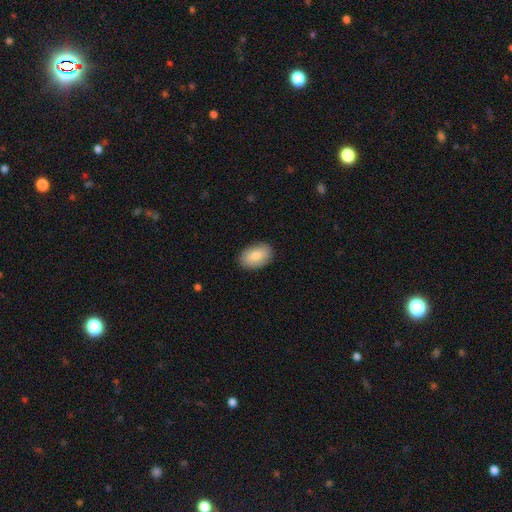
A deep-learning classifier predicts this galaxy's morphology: Q: Smooth or featured?
A: smooth (81%); runner-up: featured or disk (13%)
Q: How rounded?
A: in between (91%); runner-up: round (8%)
Q: Merging?
A: none (88%); runner-up: minor disturbance (9%)